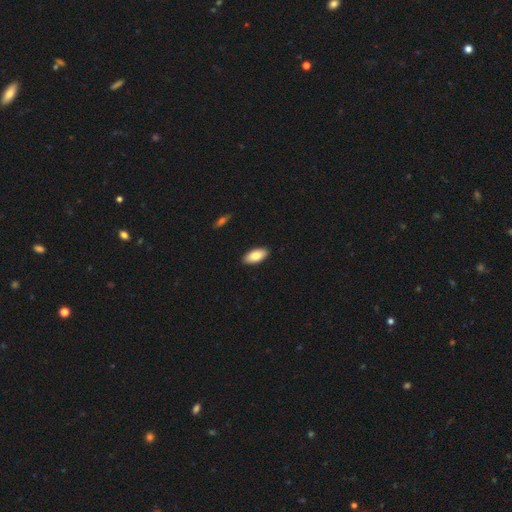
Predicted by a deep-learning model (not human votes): smooth-or-featured: smooth: 83% | featured or disk: 11% | star or artifact: 6%
  how-rounded: in between: 93% | cigar-shaped: 5% | round: 2%
  merging: none: 90% | minor disturbance: 7% | major disturbance: 2% | merger: 1%